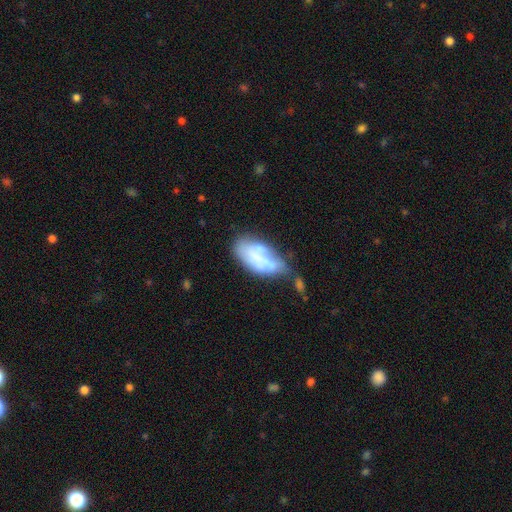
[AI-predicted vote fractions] Smooth or featured? smooth (58%)
How rounded? in between (89%)
Merging? none (31%)